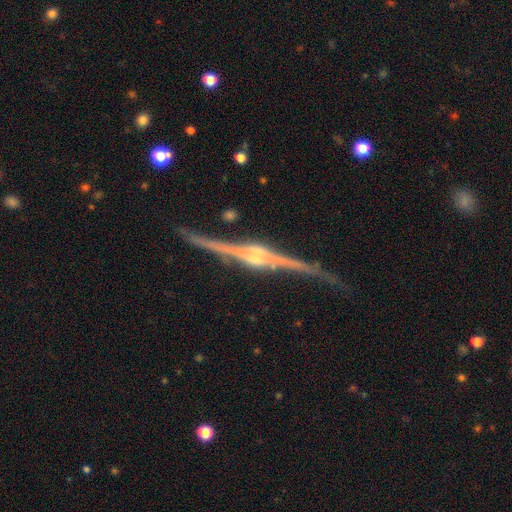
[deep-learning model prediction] Smooth or featured? featured or disk (92%)
Edge-on disk? yes (98%)
Edge-on bulge? rounded (88%)
Merging? none (80%)